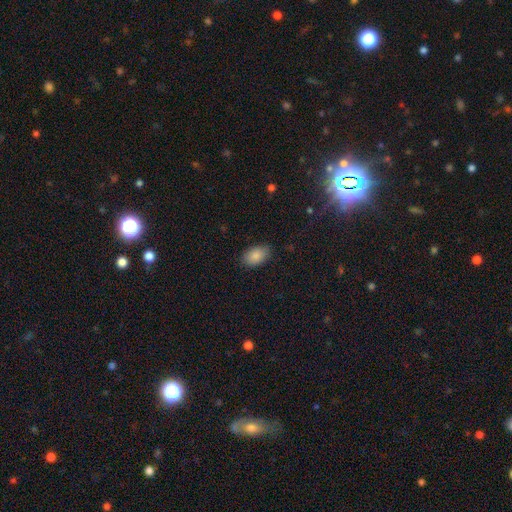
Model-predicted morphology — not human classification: The model was most divided on "merging": none: 85%, minor disturbance: 12%, major disturbance: 2%, merger: 1%. More confident: how rounded — in between (92%); smooth or featured — smooth (87%).